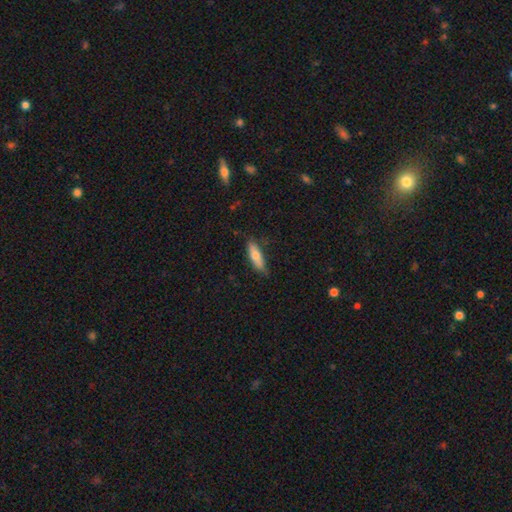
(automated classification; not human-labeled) This appears to be a smooth galaxy with no disk features (71%) that is cigar-shaped (52%). Merging: none (72%).